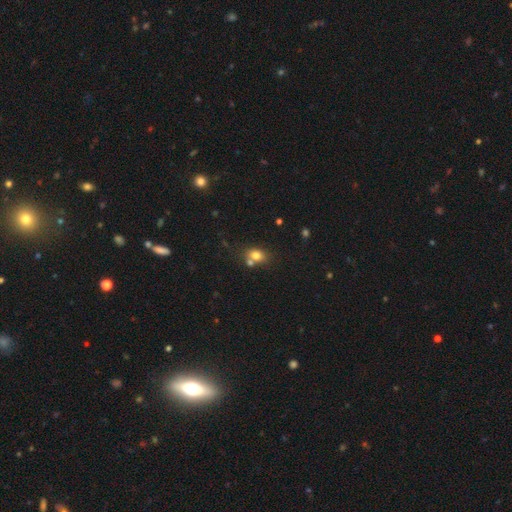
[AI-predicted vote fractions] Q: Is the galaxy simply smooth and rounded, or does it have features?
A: smooth — 78%.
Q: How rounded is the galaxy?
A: in between — 60%.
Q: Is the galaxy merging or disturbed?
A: none — 55%.